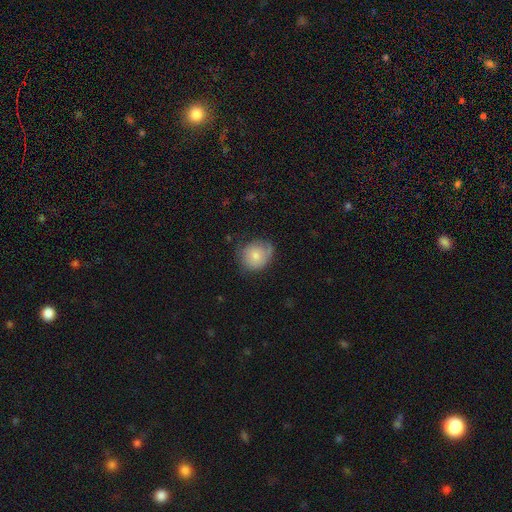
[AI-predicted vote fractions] Smooth or featured: smooth — 75% (featured or disk — 18%)
How rounded: round — 73% (in between — 26%)
Merging: none — 57% (minor disturbance — 32%)